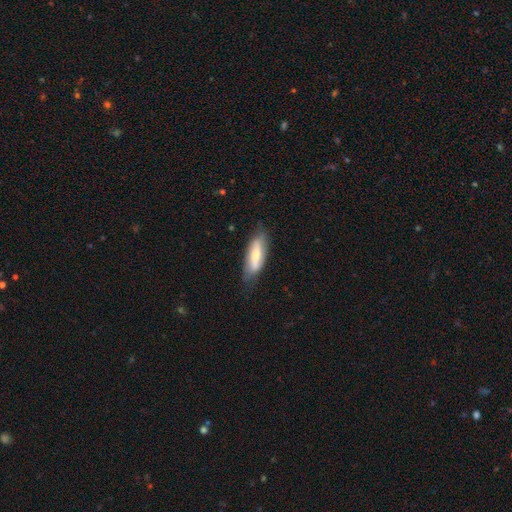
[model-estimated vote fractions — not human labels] This appears to be a smooth galaxy with no disk features (52%) that is in between round and cigar-shaped (58%). Merging: none (70%).